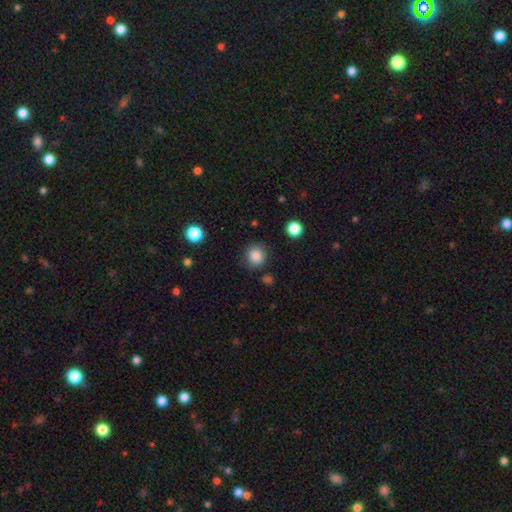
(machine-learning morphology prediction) smooth-or-featured: smooth: 86% | star or artifact: 10% | featured or disk: 4%
  how-rounded: round: 90% | in between: 9% | cigar-shaped: 1%
  merging: none: 84% | minor disturbance: 10% | major disturbance: 4% | merger: 2%